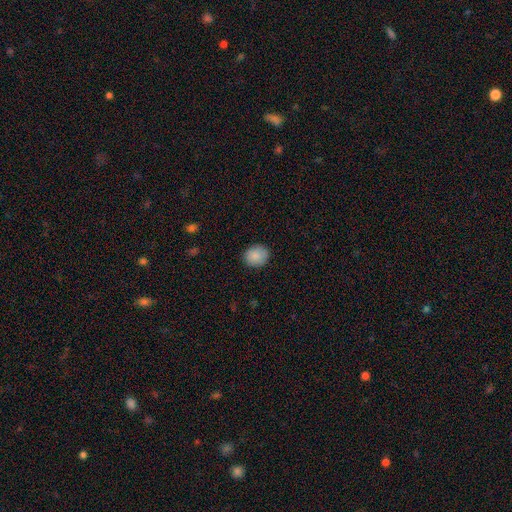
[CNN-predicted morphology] smooth 88%, star or artifact 8%, featured or disk 4%. Down the decision tree: how rounded — round (69%); merging — none (87%).